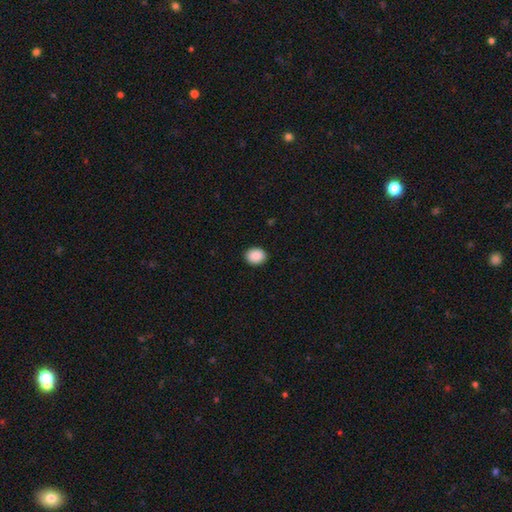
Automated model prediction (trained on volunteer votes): Smooth or featured? Predicted: smooth (p=0.89). How rounded? Predicted: round (p=0.54). Merging? Predicted: none (p=0.91).